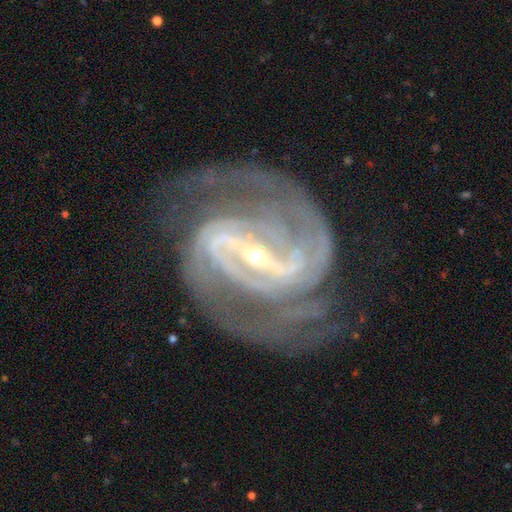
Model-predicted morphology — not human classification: type=featured or disk (92%); edge-on=no (97%); bar=strong (73%); spiral arms=yes (98%); winding=medium (46%); arm count=2 (61%); bulge=small (79%); merging=none (67%).